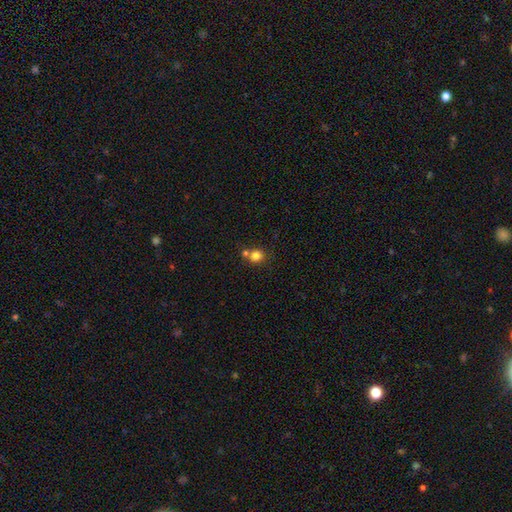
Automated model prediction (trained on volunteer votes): Q: Smooth or featured?
A: smooth (81%); runner-up: star or artifact (12%)
Q: How rounded?
A: round (87%); runner-up: in between (12%)
Q: Merging?
A: none (58%); runner-up: merger (31%)